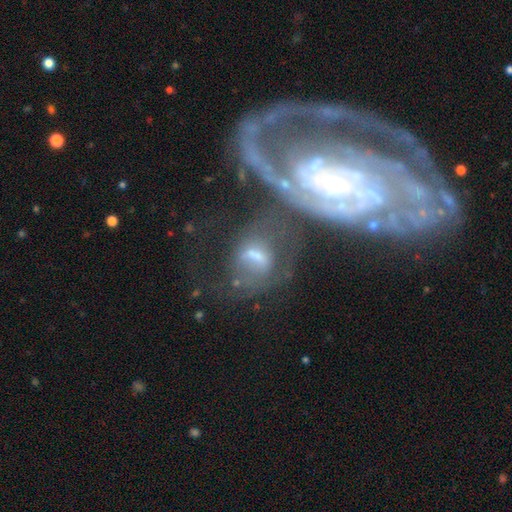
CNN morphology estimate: This appears to be a featured or disk galaxy (61%) with a weak bar (39%), spiral arms (70%) and a moderate central bulge (42%). Merging: merger (31%).